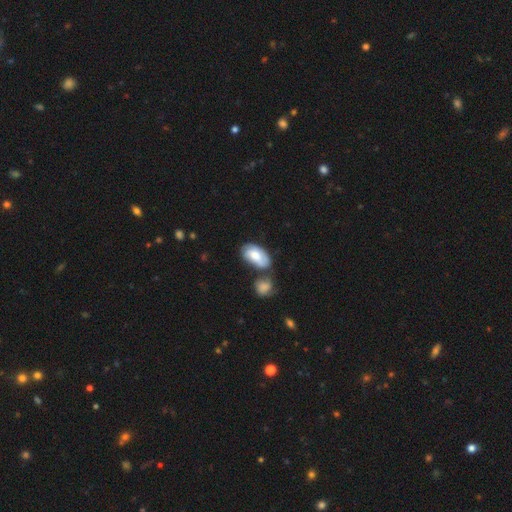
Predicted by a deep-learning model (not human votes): This appears to be a smooth galaxy with no disk features (63%) that is in between round and cigar-shaped (94%). Merging: none (45%).